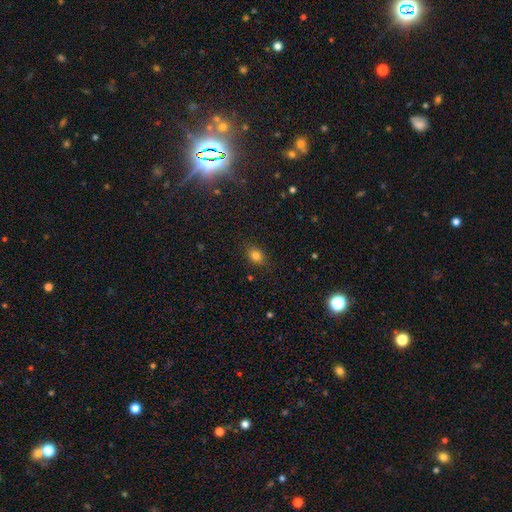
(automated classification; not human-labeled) A smooth galaxy with no disk features (80%) that is in between round and cigar-shaped (61%).

Vote fractions:
- Smooth or featured? smooth: 80% / star or artifact: 13% / featured or disk: 7%
- How rounded? in between: 61% / round: 37% / cigar-shaped: 2%
- Merging? none: 81% / minor disturbance: 14% / major disturbance: 3% / merger: 1%